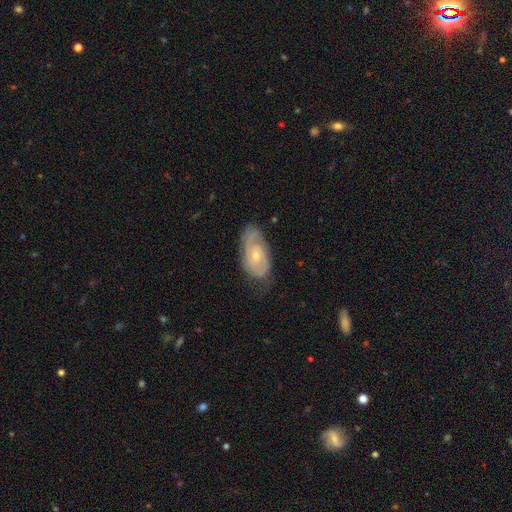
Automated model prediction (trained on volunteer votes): Smooth or featured: featured or disk — 76% (smooth — 18%)
Edge-on disk: no — 95% (yes — 5%)
Bar: no — 69% (weak — 27%)
Spiral arms: yes — 91% (no — 9%)
Spiral winding: tight — 56% (medium — 34%)
Spiral arm count: 2 — 58% (can't tell — 21%)
Bulge size: small — 56% (moderate — 41%)
Merging: none — 66% (minor disturbance — 24%)